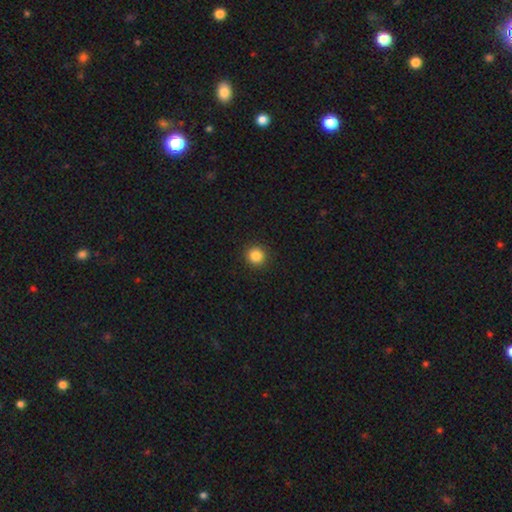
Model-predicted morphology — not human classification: smooth 85%, star or artifact 11%, featured or disk 4%. Down the decision tree: how rounded — round (94%); merging — none (92%).